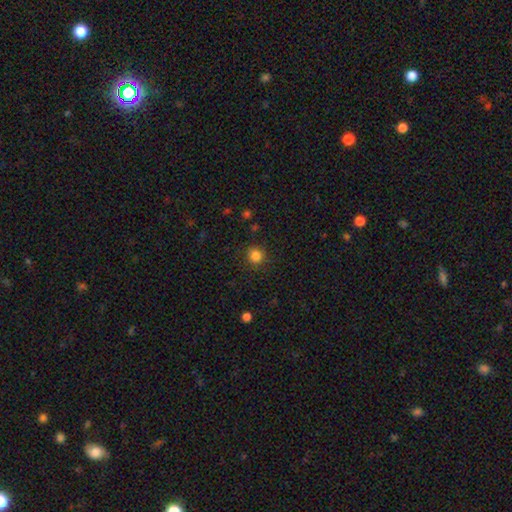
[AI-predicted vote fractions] smooth-or-featured: smooth: 84% | star or artifact: 12% | featured or disk: 4%
  how-rounded: round: 91% | in between: 8% | cigar-shaped: 1%
  merging: none: 88% | minor disturbance: 8% | major disturbance: 3% | merger: 1%